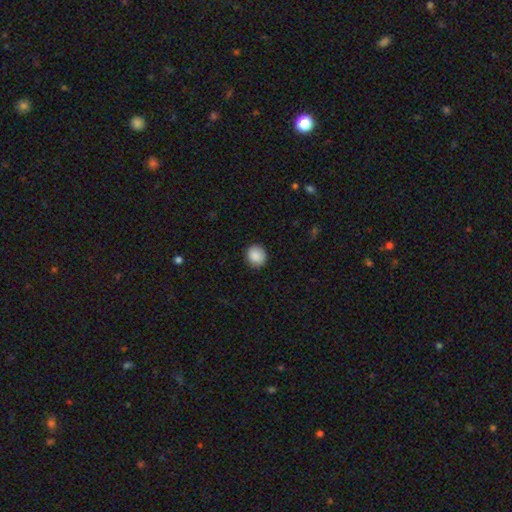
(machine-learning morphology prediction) Overall: smooth (89%). How rounded: round (82%). Merging: none (89%).